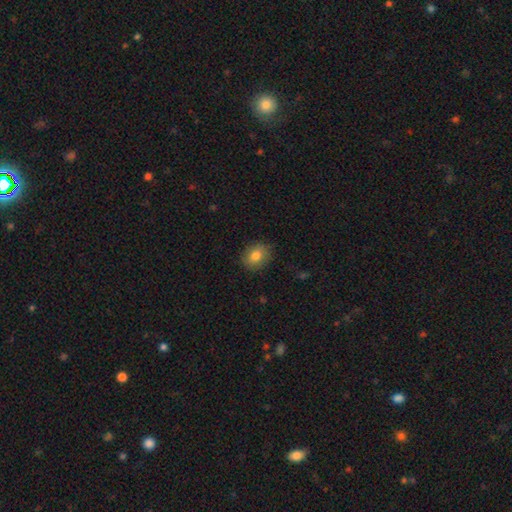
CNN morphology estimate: This is clearly a smooth galaxy (81%). How rounded: possibly round (54%). Merging: clearly none (85%).